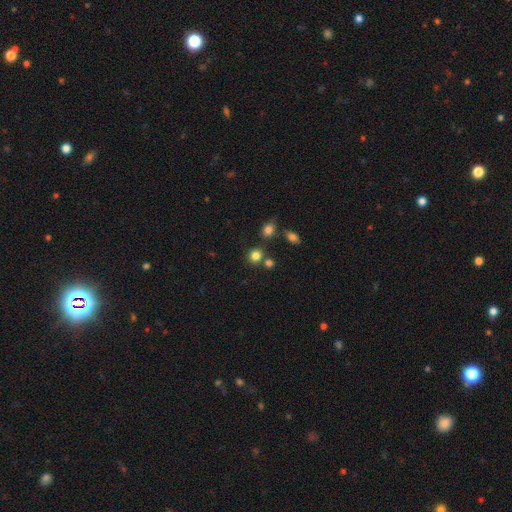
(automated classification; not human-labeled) A smooth galaxy with no disk features (82%) that is round (78%).

Vote fractions:
- Smooth or featured? smooth: 82% / star or artifact: 13% / featured or disk: 5%
- How rounded? round: 78% / in between: 21% / cigar-shaped: 1%
- Merging? none: 72% / merger: 14% / minor disturbance: 10% / major disturbance: 4%